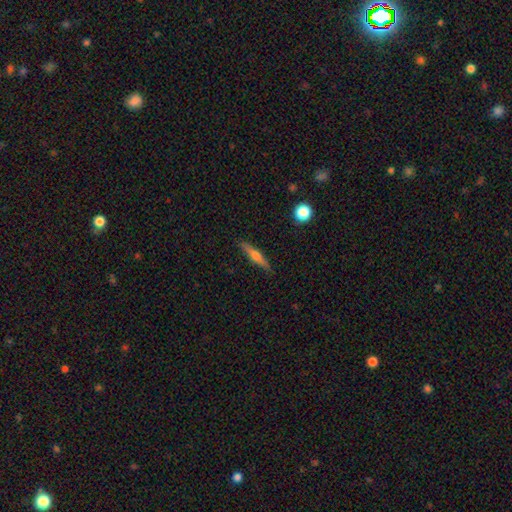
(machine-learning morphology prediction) This is possibly a featured or disk galaxy (51%). It is clearly viewed edge-on (95%). Merging: clearly none (89%).